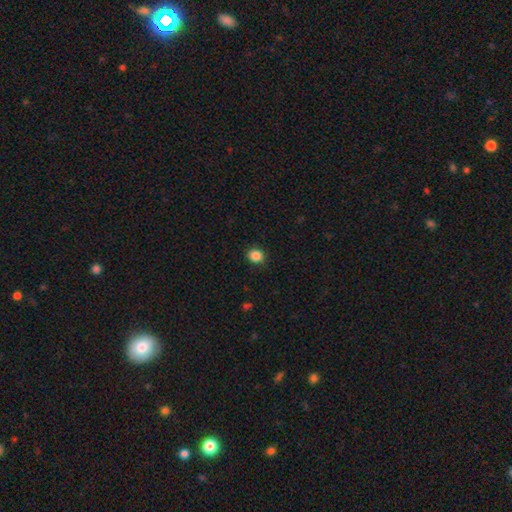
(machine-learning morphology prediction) Overall: smooth (86%). How rounded: round (79%). Merging: none (90%).